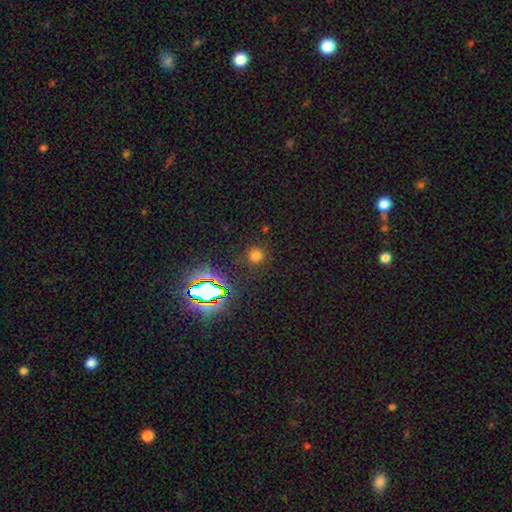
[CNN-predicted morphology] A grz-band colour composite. It shows a smooth galaxy with no disk features (65%) that is round (92%). Merging: none (86%).